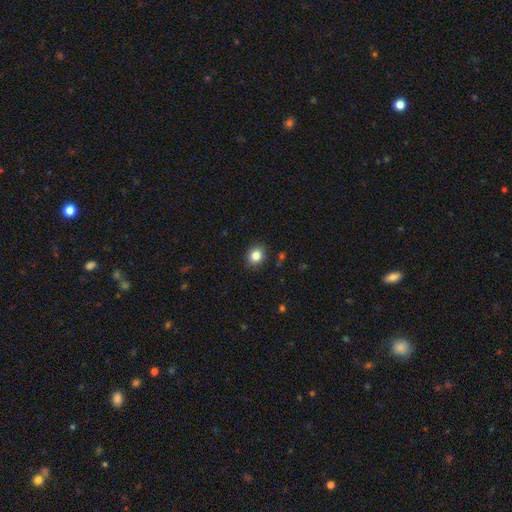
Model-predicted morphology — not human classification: A smooth galaxy with no disk features (83%) that is round (66%).

Vote fractions:
- Smooth or featured? smooth: 83% / star or artifact: 10% / featured or disk: 6%
- How rounded? round: 66% / in between: 33% / cigar-shaped: 1%
- Merging? none: 88% / minor disturbance: 8% / major disturbance: 2% / merger: 1%